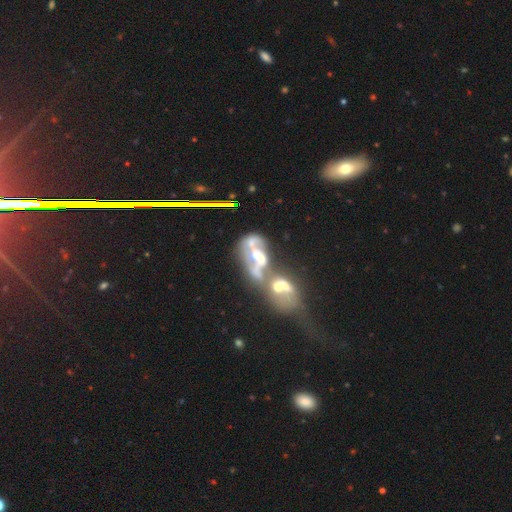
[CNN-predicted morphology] Q: Smooth or featured?
A: featured or disk (69%); runner-up: smooth (17%)
Q: Edge-on disk?
A: no (92%); runner-up: yes (8%)
Q: Bar?
A: no (58%); runner-up: weak (25%)
Q: Spiral arms?
A: yes (51%); runner-up: no (49%)
Q: Bulge size?
A: moderate (52%); runner-up: small (22%)
Q: Merging?
A: merger (75%); runner-up: major disturbance (12%)